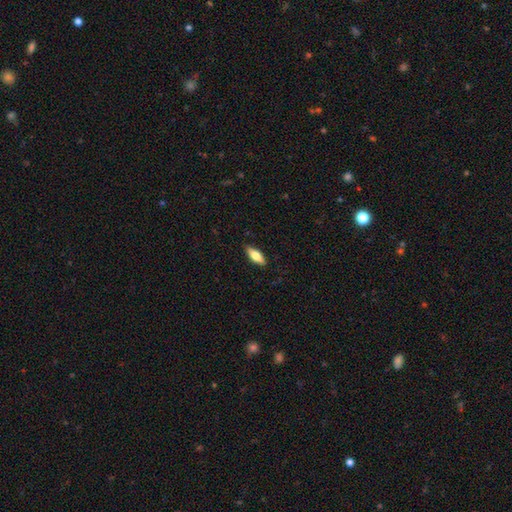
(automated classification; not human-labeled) Smooth or featured? Predicted: smooth (p=0.66). How rounded? Predicted: in between (p=0.68). Merging? Predicted: none (p=0.89).